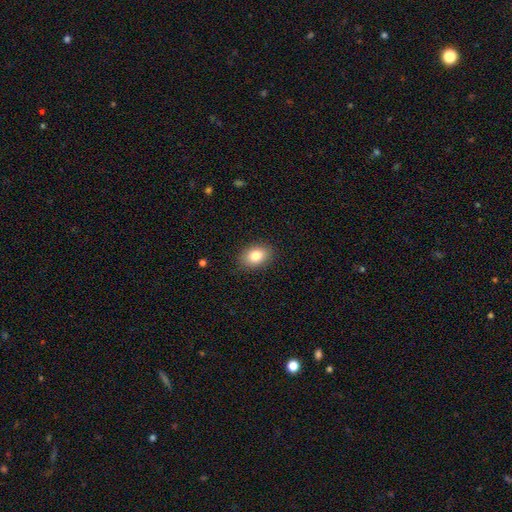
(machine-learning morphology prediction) The model was most divided on "how rounded": in between: 81%, round: 18%, cigar-shaped: 1%. More confident: merging — none (87%); smooth or featured — smooth (84%).